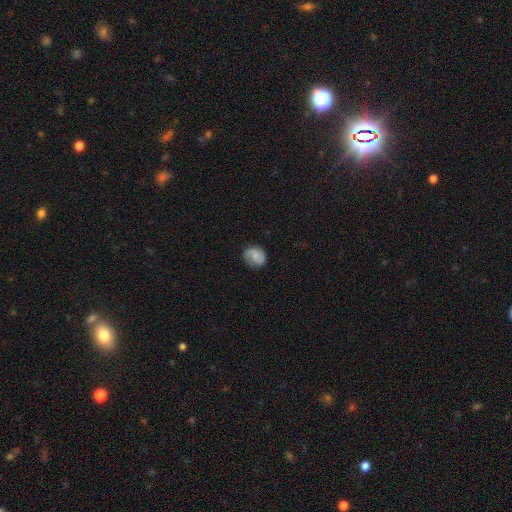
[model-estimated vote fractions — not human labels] Q: Smooth or featured?
A: smooth (54%); runner-up: featured or disk (38%)
Q: How rounded?
A: round (65%); runner-up: in between (34%)
Q: Merging?
A: none (75%); runner-up: minor disturbance (19%)